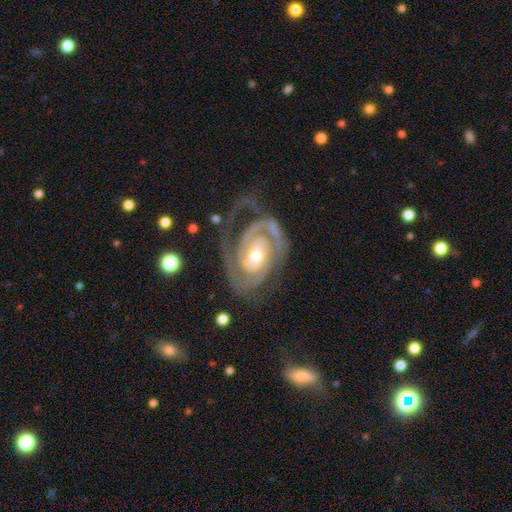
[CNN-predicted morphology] Overall: featured or disk (92%). Edge-on disk: no (97%). Bar: no (47%; weak 36%). Spiral arms: yes (97%). Spiral arm count: 2 (66%). Spiral winding: tight (66%; medium 28%). Bulge size: moderate (55%; small 40%). Merging: none (58%; minor disturbance 20%).